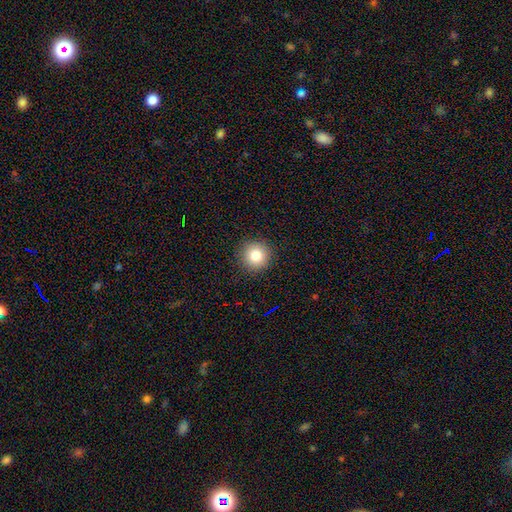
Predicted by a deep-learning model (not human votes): Q: Smooth or featured?
A: smooth (82%); runner-up: star or artifact (11%)
Q: How rounded?
A: round (94%); runner-up: in between (5%)
Q: Merging?
A: none (91%); runner-up: minor disturbance (6%)